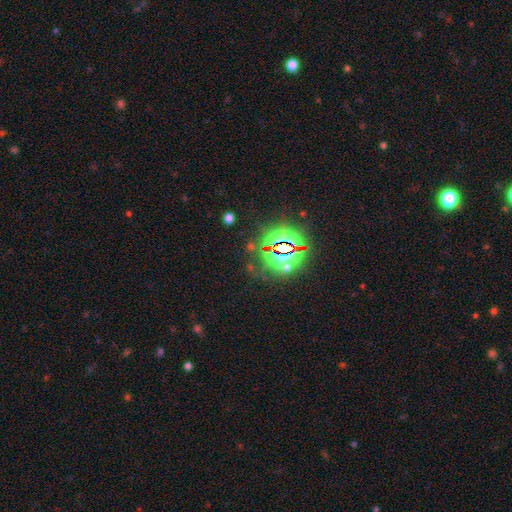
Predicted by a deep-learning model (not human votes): Q: Smooth or featured?
A: star or artifact (83%); runner-up: smooth (10%)